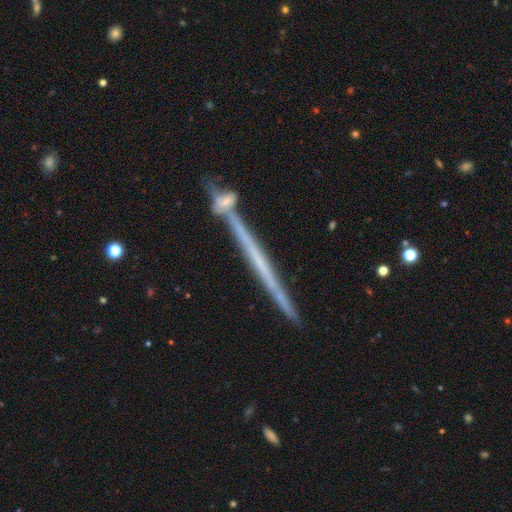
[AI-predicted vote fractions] Smooth or featured? Predicted: featured or disk (p=0.67). Edge-on disk? Predicted: yes (p=0.97). Edge-on bulge? Predicted: none (p=0.82). Merging? Predicted: none (p=0.83).